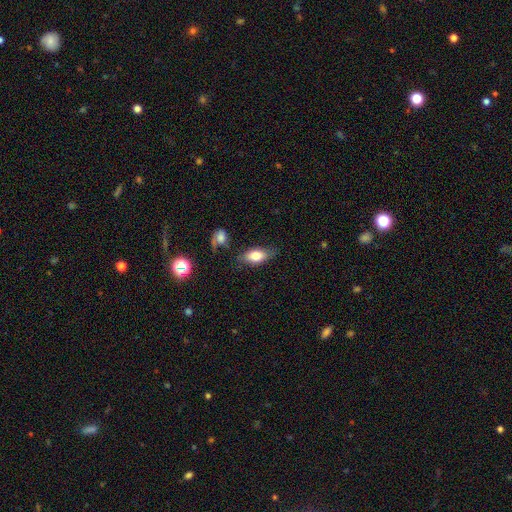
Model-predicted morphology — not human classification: Q: Smooth or featured?
A: smooth (75%); runner-up: featured or disk (17%)
Q: How rounded?
A: in between (86%); runner-up: cigar-shaped (8%)
Q: Merging?
A: none (72%); runner-up: minor disturbance (18%)